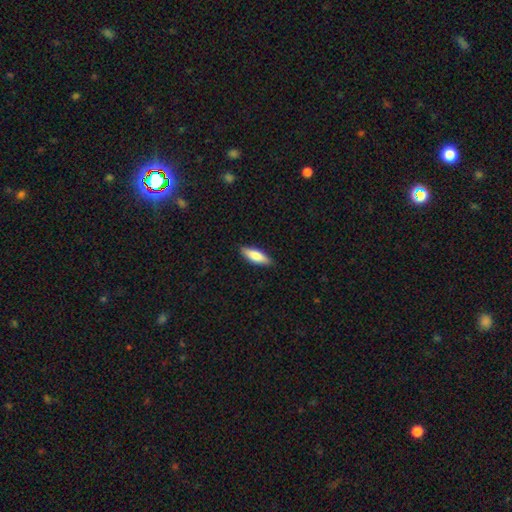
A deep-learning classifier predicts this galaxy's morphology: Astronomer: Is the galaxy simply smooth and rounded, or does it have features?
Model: smooth — 76%.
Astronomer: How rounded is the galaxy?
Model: in between — 53% (runner-up: cigar-shaped, 45%).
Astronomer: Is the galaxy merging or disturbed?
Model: none — 88%.